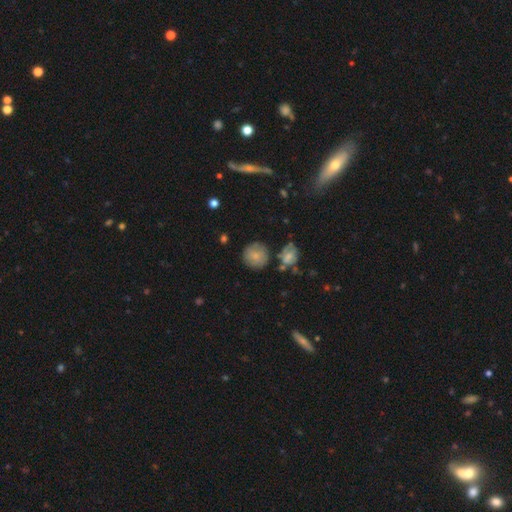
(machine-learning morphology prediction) smooth_or_featured: smooth (p=0.75) [alt: featured or disk p=0.16]
how_rounded: round (p=0.89) [alt: in between p=0.10]
merging: none (p=0.67) [alt: minor disturbance p=0.18]